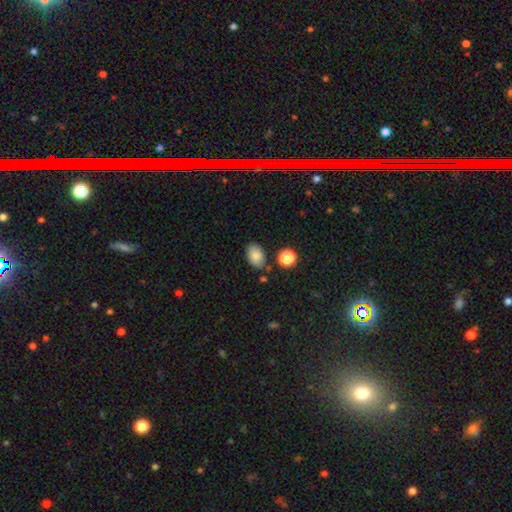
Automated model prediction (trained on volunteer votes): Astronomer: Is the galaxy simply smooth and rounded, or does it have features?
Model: smooth — 83%.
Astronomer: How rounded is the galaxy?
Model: in between — 86%.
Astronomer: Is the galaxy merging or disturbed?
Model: none — 78%.